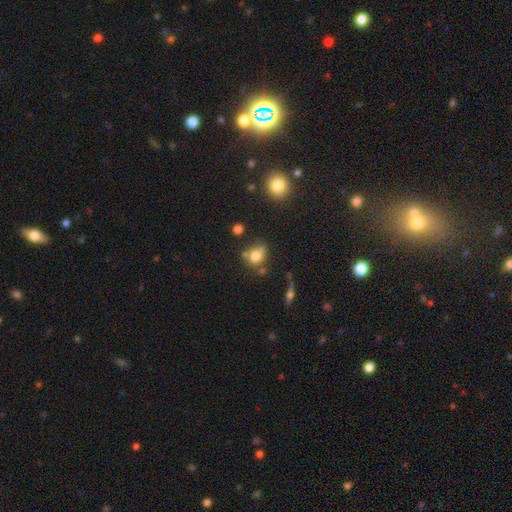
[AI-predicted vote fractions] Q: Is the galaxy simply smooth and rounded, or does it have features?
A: smooth — 74%.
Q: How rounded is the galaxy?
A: round — 55%.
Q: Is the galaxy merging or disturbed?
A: none — 49%.